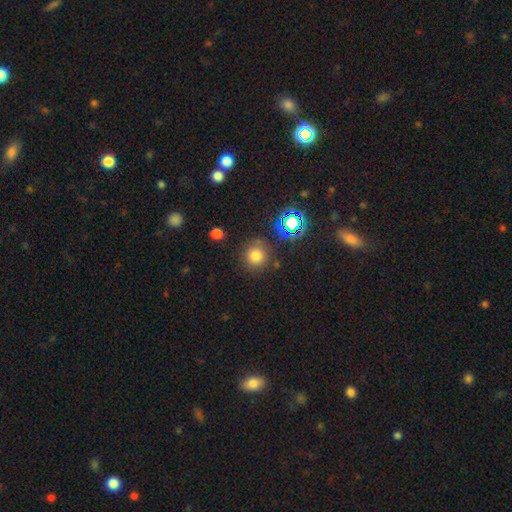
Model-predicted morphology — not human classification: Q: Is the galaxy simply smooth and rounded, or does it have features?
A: smooth — 74%.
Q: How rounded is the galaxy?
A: round — 92%.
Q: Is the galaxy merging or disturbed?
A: none — 82%.